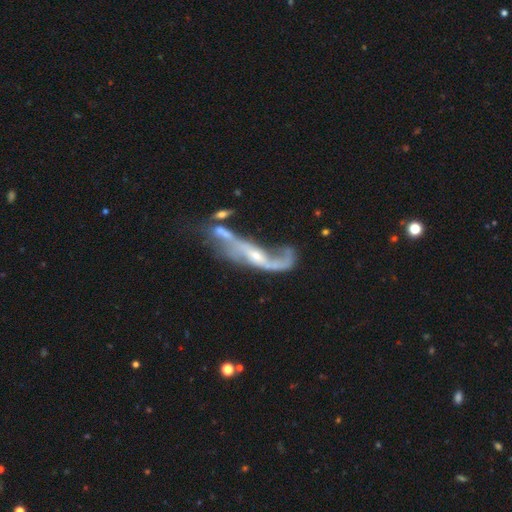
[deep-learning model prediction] This appears to be a featured or disk galaxy (80%) with no bar (55%), spiral arms (78%) and a small central bulge (52%). Merging: merger (37%).